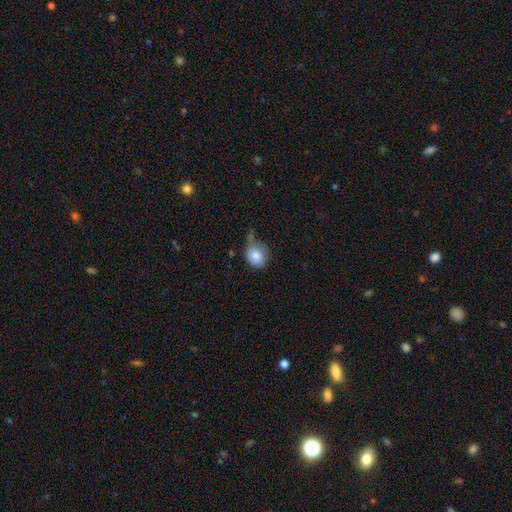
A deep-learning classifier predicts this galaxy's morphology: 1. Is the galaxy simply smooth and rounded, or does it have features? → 82% smooth, 10% featured or disk, 8% star or artifact.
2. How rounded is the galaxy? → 68% round, 31% in between, 1% cigar-shaped.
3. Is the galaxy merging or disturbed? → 40% none, 33% minor disturbance, 17% major disturbance, 10% merger.